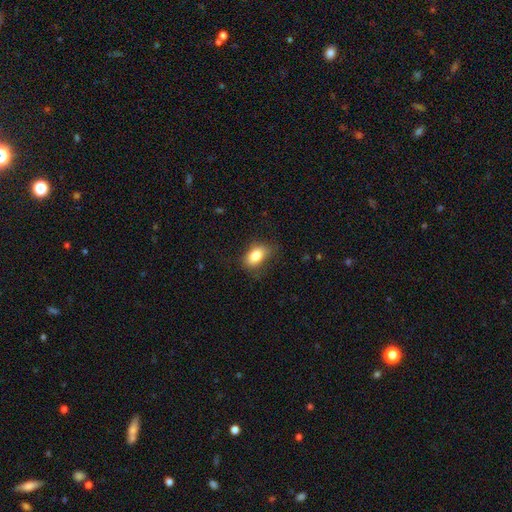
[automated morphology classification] Q: Smooth or featured?
A: smooth (82%); runner-up: featured or disk (9%)
Q: How rounded?
A: in between (87%); runner-up: round (10%)
Q: Merging?
A: none (70%); runner-up: minor disturbance (22%)